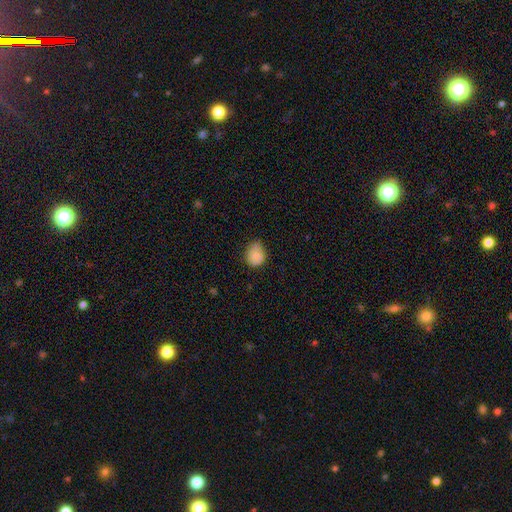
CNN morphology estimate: Smooth or featured? Predicted: smooth (p=0.84). How rounded? Predicted: round (p=0.53). Merging? Predicted: none (p=0.57).